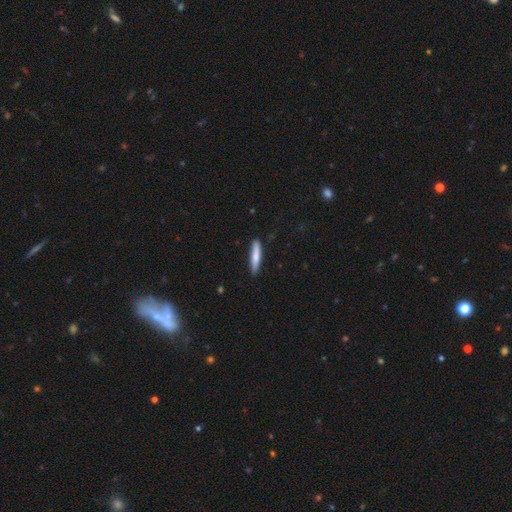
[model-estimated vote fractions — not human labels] Smooth or featured? Predicted: smooth (p=0.74). How rounded? Predicted: cigar-shaped (p=0.89). Merging? Predicted: none (p=0.87).